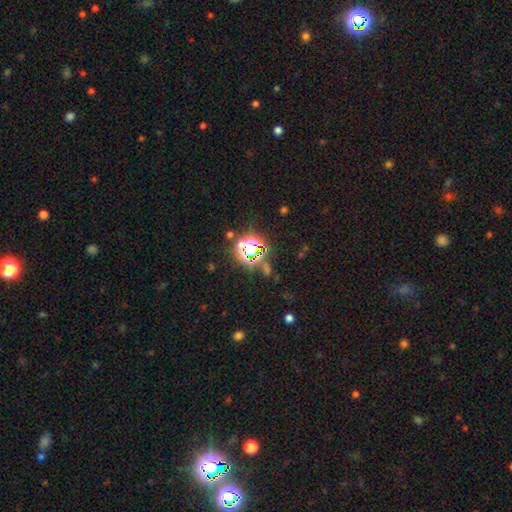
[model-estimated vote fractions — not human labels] Smooth or featured: star or artifact — 70% (smooth — 20%)